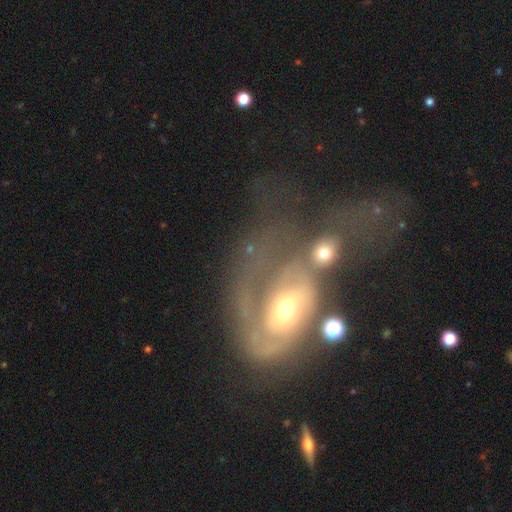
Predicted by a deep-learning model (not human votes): Smooth or featured? Predicted: featured or disk (p=0.82). Edge-on disk? Predicted: no (p=0.96). Bar? Predicted: no (p=0.58). Spiral arms? Predicted: yes (p=0.83). Spiral winding? Predicted: tight (p=0.45). Spiral arm count? Predicted: 2 (p=0.35). Bulge size? Predicted: moderate (p=0.53). Merging? Predicted: major disturbance (p=0.38).